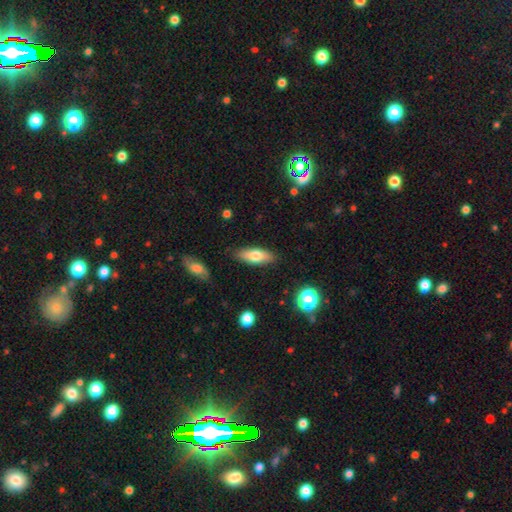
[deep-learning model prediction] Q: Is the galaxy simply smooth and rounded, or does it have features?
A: smooth — 71%.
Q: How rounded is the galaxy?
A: in between — 69%.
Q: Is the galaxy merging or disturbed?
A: none — 86%.